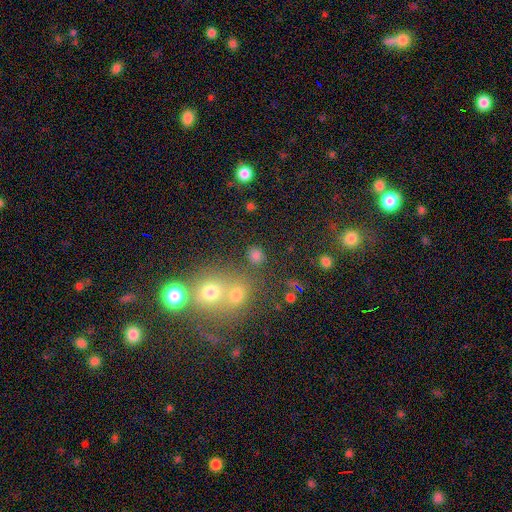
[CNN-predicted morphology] The model was most divided on "smooth or featured": smooth: 75%, star or artifact: 19%, featured or disk: 6%. More confident: how rounded — round (80%); merging — none (77%).